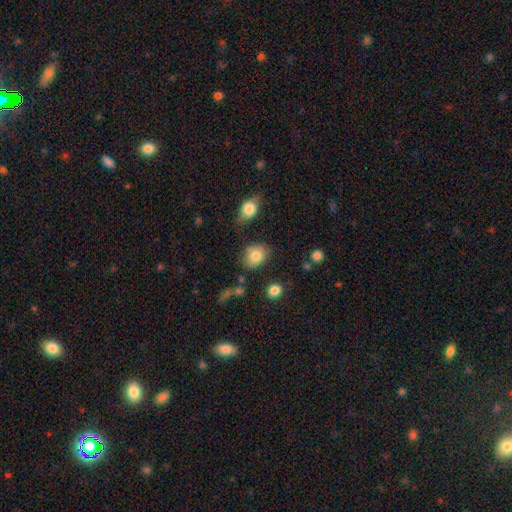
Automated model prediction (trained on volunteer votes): Overall: smooth (82%). How rounded: in between (60%; round 39%). Merging: none (73%).